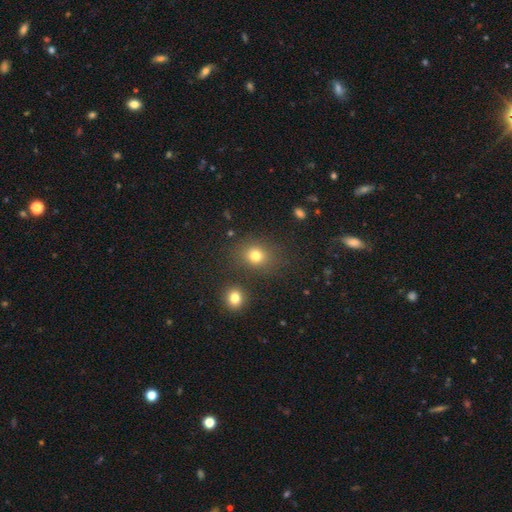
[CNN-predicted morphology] type=smooth (76%); roundness=round (68%); merging=none (79%).